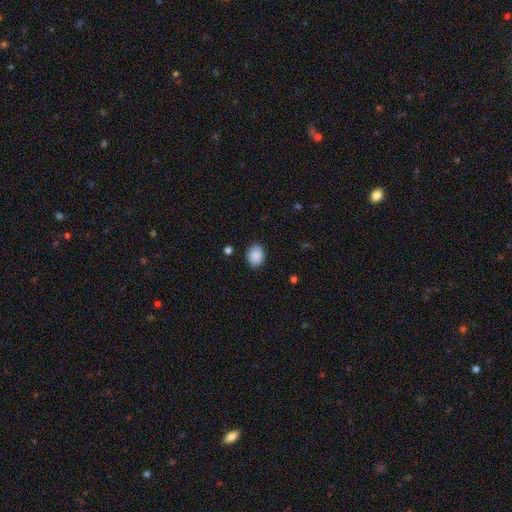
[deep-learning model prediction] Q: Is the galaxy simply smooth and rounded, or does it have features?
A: smooth — 89%.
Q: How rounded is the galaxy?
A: in between — 51%.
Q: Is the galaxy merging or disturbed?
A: none — 84%.